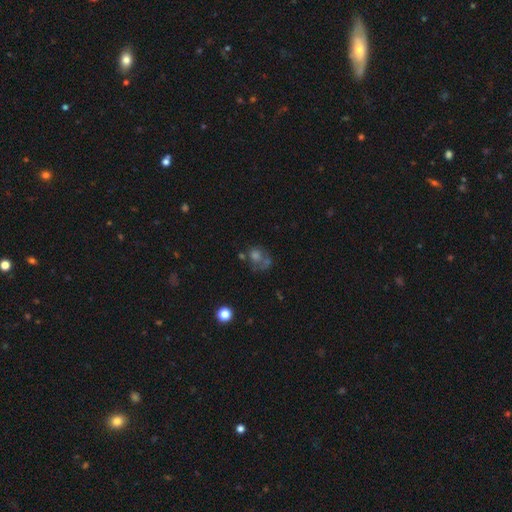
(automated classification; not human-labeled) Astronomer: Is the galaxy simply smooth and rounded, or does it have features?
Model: smooth — 44% (runner-up: featured or disk, 30%).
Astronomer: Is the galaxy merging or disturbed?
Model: none — 39% (runner-up: major disturbance, 25%).